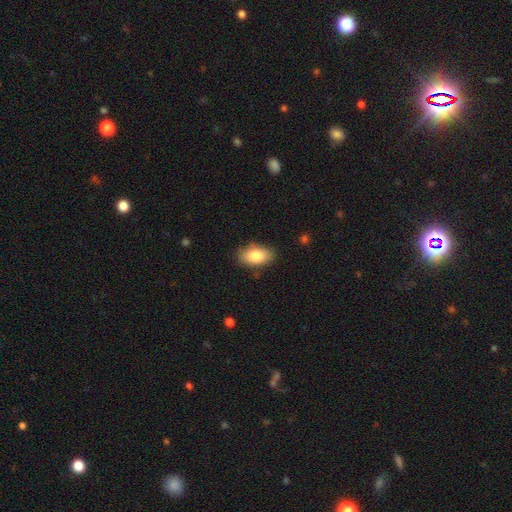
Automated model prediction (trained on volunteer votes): smooth 83%, featured or disk 10%, star or artifact 7%. Down the decision tree: how rounded — in between (92%); merging — none (83%).